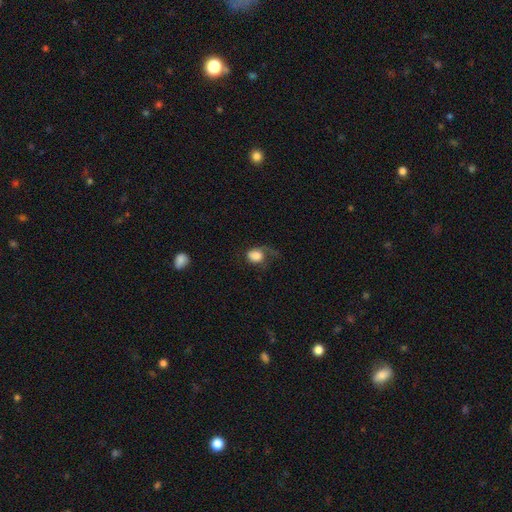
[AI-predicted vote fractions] Smooth or featured? Predicted: smooth (p=0.77). How rounded? Predicted: round (p=0.54). Merging? Predicted: major disturbance (p=0.41).